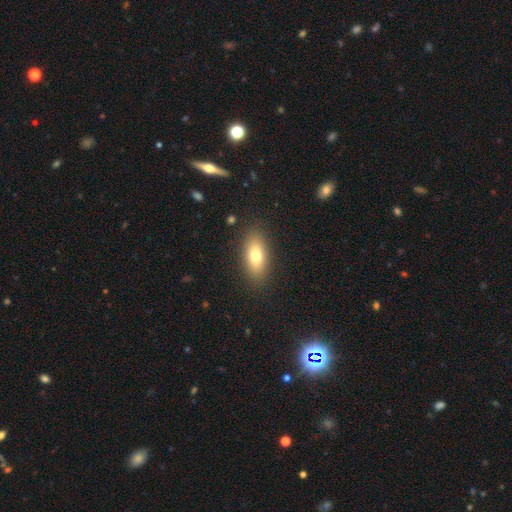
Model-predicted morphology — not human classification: Q: Smooth or featured?
A: smooth (75%); runner-up: featured or disk (17%)
Q: How rounded?
A: in between (82%); runner-up: cigar-shaped (13%)
Q: Merging?
A: none (87%); runner-up: minor disturbance (9%)